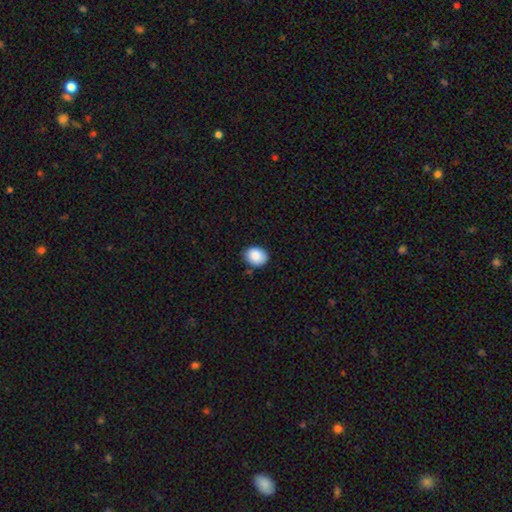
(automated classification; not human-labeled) Overall: smooth (89%). How rounded: in between (55%; round 44%). Merging: none (81%).